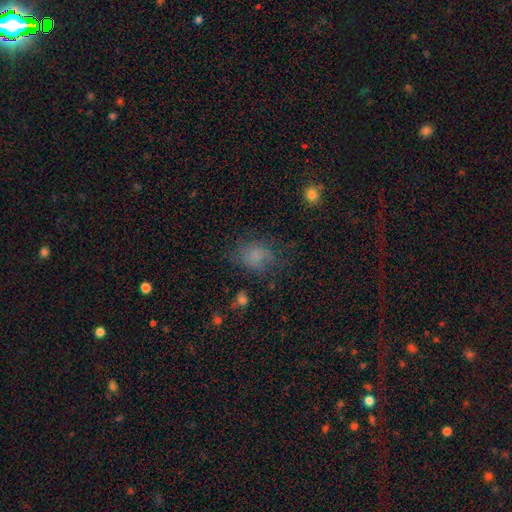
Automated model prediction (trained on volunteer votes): A smooth galaxy with no disk features (70%) that is in between round and cigar-shaped (57%).

Vote fractions:
- Smooth or featured? smooth: 70% / featured or disk: 15% / star or artifact: 15%
- How rounded? in between: 57% / round: 42% / cigar-shaped: 1%
- Merging? none: 59% / minor disturbance: 23% / major disturbance: 16% / merger: 2%